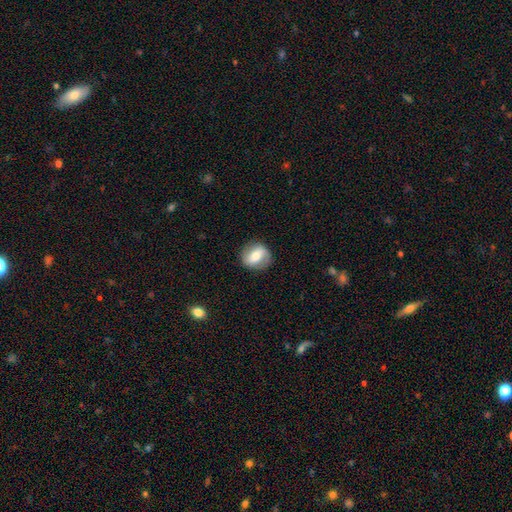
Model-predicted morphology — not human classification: Smooth or featured? Predicted: featured or disk (p=0.47). Merging? Predicted: none (p=0.85).